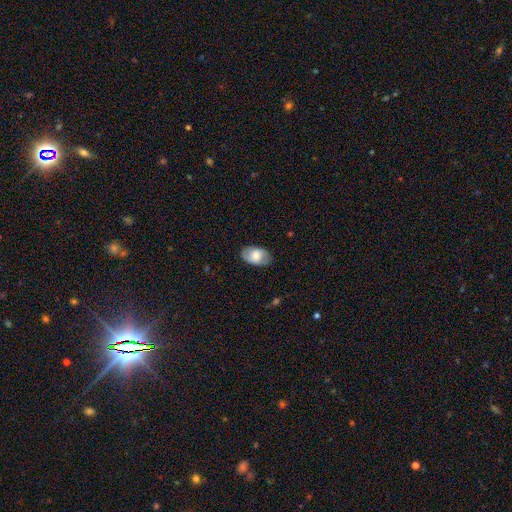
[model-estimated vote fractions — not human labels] A smooth galaxy with no disk features (65%) that is in between round and cigar-shaped (91%).

Vote fractions:
- Smooth or featured? smooth: 65% / featured or disk: 28% / star or artifact: 7%
- How rounded? in between: 91% / round: 7% / cigar-shaped: 1%
- Merging? none: 83% / minor disturbance: 13% / major disturbance: 3% / merger: 1%